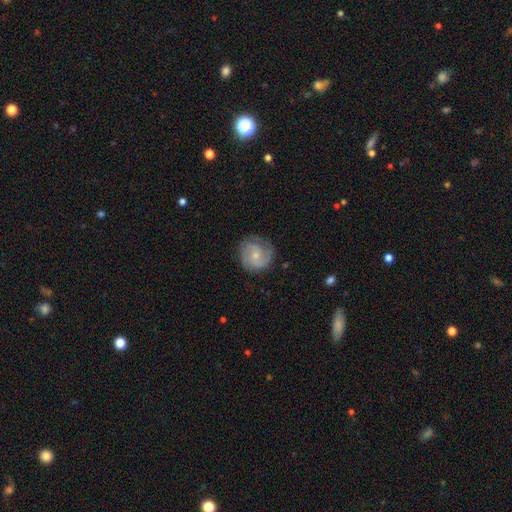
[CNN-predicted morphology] The model was most divided on "spiral winding": tight: 46%, medium: 41%, loose: 13%. More confident: edge-on disk — no (98%); spiral arms — yes (93%); merging — none (75%); smooth or featured — featured or disk (70%); bar — no (65%); spiral arm count — 2 (61%); bulge size — small (58%).